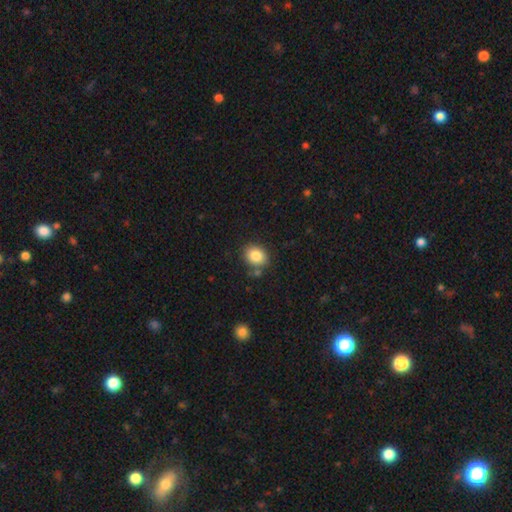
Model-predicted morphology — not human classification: Smooth or featured?
  - smooth: 84% *
  - star or artifact: 9%
  - featured or disk: 7%
How rounded?
  - in between: 51% *
  - round: 48%
  - cigar-shaped: 1%
Merging?
  - none: 79% *
  - minor disturbance: 12%
  - merger: 6%
  - major disturbance: 3%